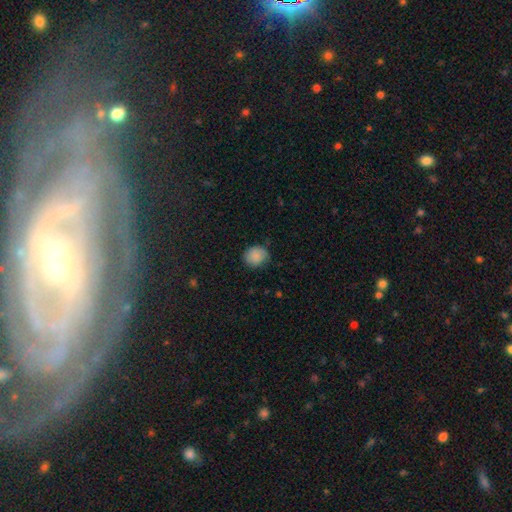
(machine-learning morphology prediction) Smooth or featured? smooth (86%)
How rounded? round (72%)
Merging? none (73%)